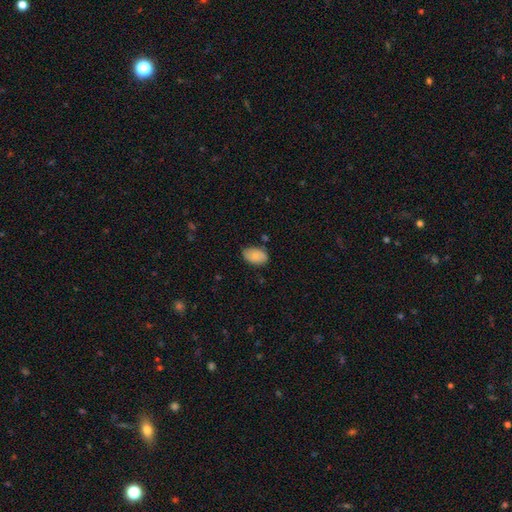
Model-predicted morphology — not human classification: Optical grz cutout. It shows a smooth galaxy with no disk features (82%) that is in between round and cigar-shaped (90%). Merging: none (69%).